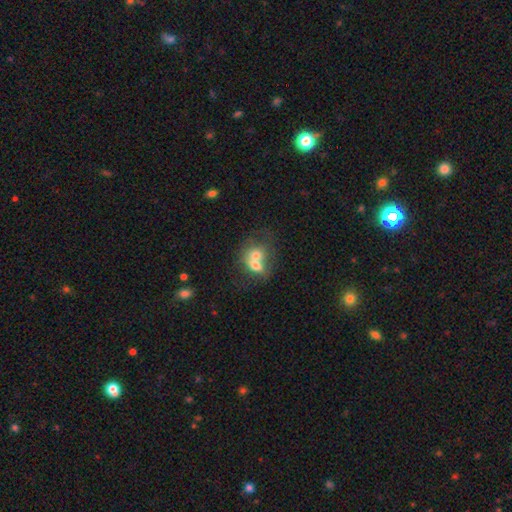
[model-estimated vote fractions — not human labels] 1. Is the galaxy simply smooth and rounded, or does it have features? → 64% smooth, 27% featured or disk, 9% star or artifact.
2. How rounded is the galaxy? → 52% round, 46% in between, 1% cigar-shaped.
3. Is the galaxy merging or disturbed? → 72% merger, 17% none, 7% minor disturbance, 5% major disturbance.